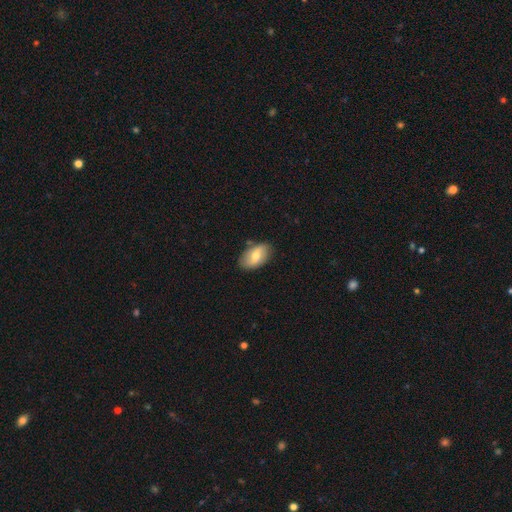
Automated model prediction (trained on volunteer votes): A smooth galaxy with no disk features (64%) that is in between round and cigar-shaped (93%).

Vote fractions:
- Smooth or featured? smooth: 64% / featured or disk: 30% / star or artifact: 6%
- How rounded? in between: 93% / round: 6% / cigar-shaped: 2%
- Merging? none: 79% / minor disturbance: 15% / major disturbance: 3% / merger: 3%